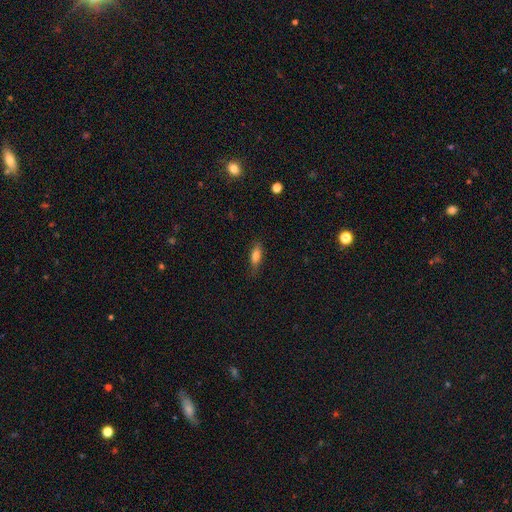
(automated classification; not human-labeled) Smooth or featured: smooth — 77% (featured or disk — 14%)
How rounded: in between — 66% (cigar-shaped — 31%)
Merging: none — 75% (minor disturbance — 19%)